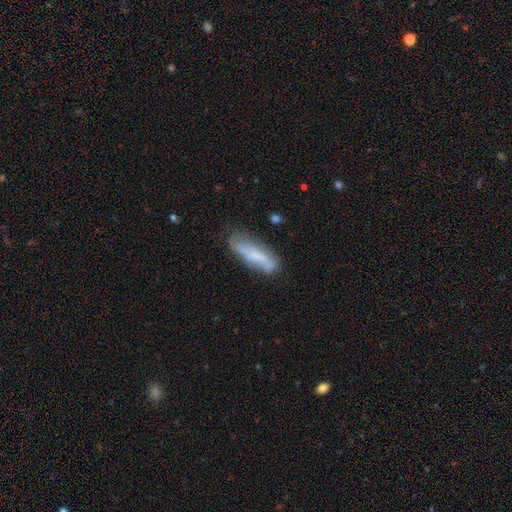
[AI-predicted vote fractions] smooth_or_featured: smooth (p=0.58) [alt: featured or disk p=0.34]
how_rounded: cigar-shaped (p=0.55) [alt: in between p=0.43]
merging: none (p=0.57) [alt: minor disturbance p=0.29]